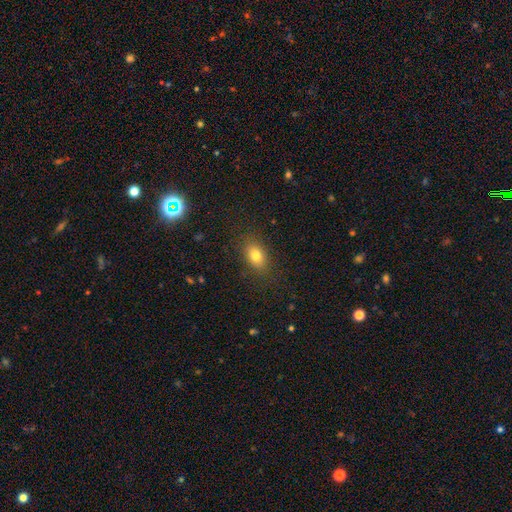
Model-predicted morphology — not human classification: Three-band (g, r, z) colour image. It shows a smooth galaxy with no disk features (79%) that is in between round and cigar-shaped (81%). Merging: none (85%).